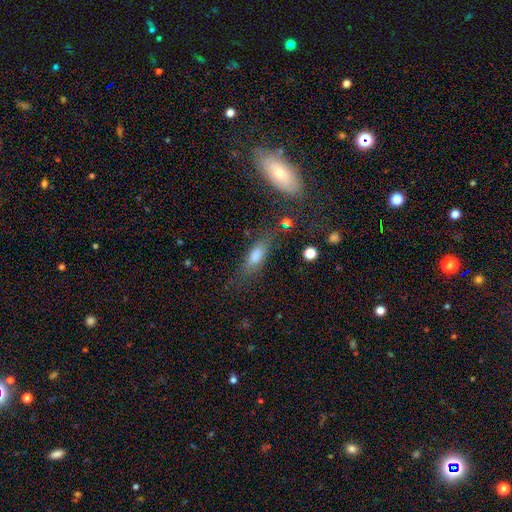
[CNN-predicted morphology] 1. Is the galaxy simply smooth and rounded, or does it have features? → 66% smooth, 23% featured or disk, 11% star or artifact.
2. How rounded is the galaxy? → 55% in between, 41% cigar-shaped, 5% round.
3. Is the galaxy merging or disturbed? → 65% none, 19% minor disturbance, 9% major disturbance, 7% merger.